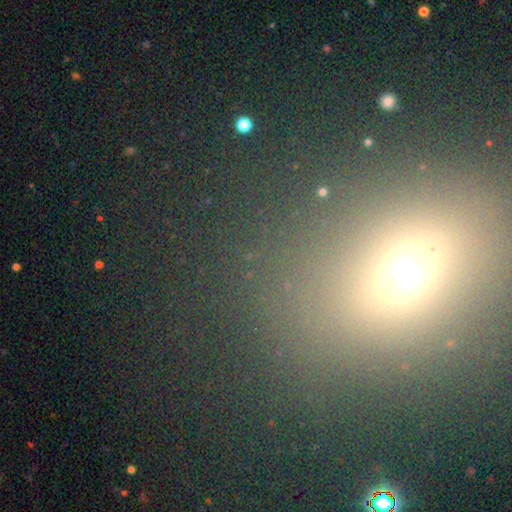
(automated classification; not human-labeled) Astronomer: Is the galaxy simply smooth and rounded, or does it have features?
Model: star or artifact — 45% (runner-up: smooth, 44%).